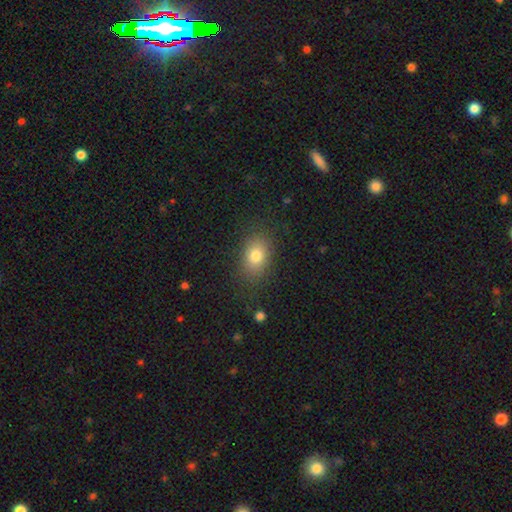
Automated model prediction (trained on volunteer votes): Q: Smooth or featured?
A: smooth (80%); runner-up: star or artifact (10%)
Q: How rounded?
A: in between (76%); runner-up: round (23%)
Q: Merging?
A: none (82%); runner-up: minor disturbance (12%)